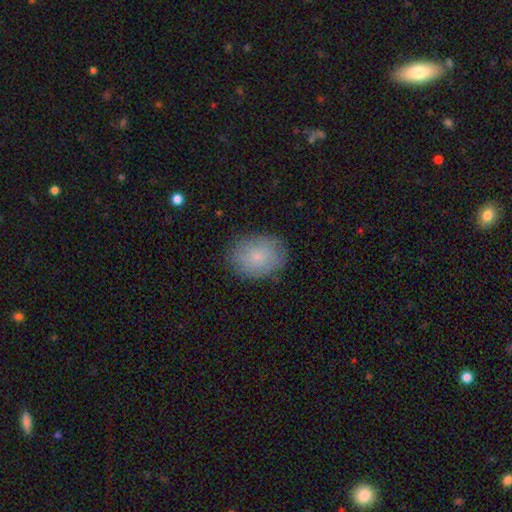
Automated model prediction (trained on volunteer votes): A smooth galaxy with no disk features (76%) that is in between round and cigar-shaped (61%). Merging: none (84%).